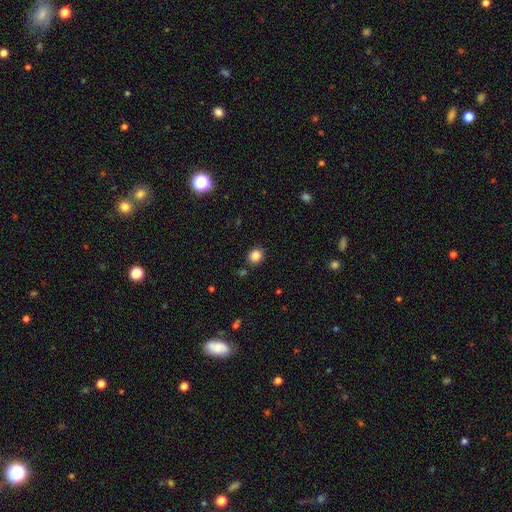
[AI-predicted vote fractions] Q: Smooth or featured?
A: smooth (84%); runner-up: star or artifact (11%)
Q: How rounded?
A: round (76%); runner-up: in between (23%)
Q: Merging?
A: none (87%); runner-up: minor disturbance (8%)